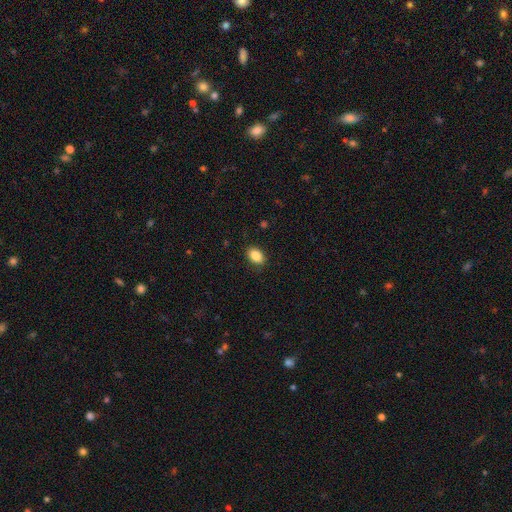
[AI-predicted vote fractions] Overall: smooth (87%). How rounded: in between (82%). Merging: none (87%).